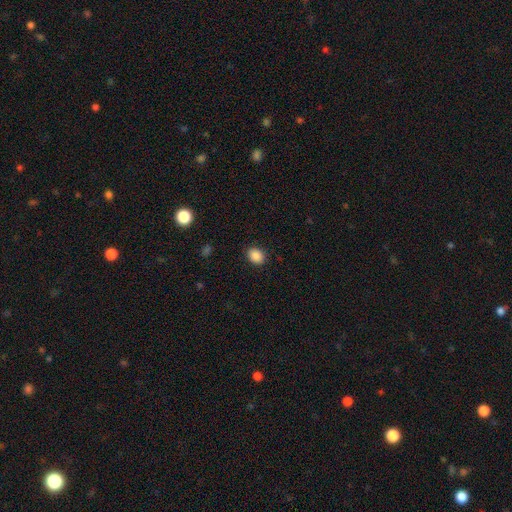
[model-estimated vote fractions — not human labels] This appears to be a smooth galaxy with no disk features (88%) that is in between round and cigar-shaped (62%). Merging: none (88%).